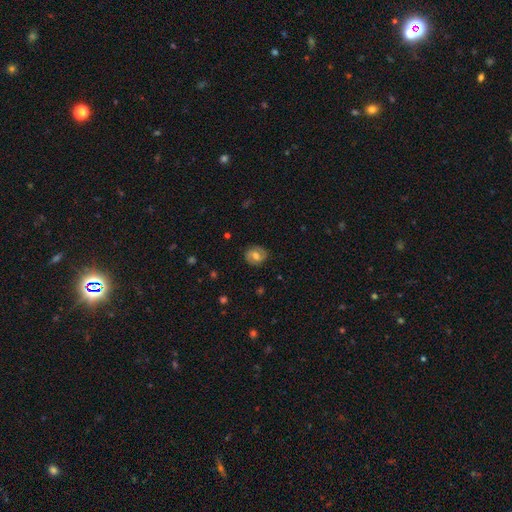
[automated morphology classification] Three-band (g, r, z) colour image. It shows a featured or disk galaxy (52%). Merging: none (83%).